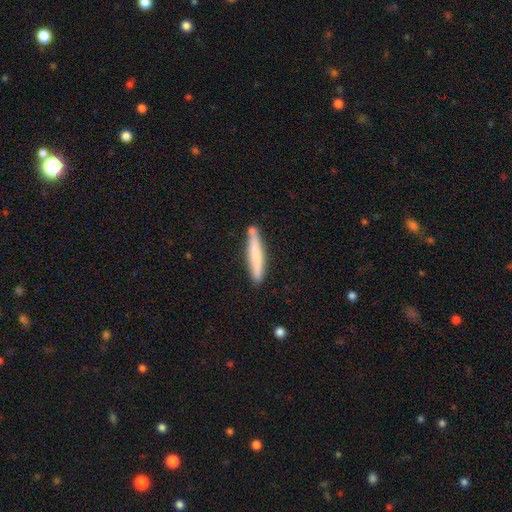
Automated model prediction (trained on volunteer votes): This appears to be a smooth galaxy with no disk features (67%) that is cigar-shaped (93%). Merging: none (76%).